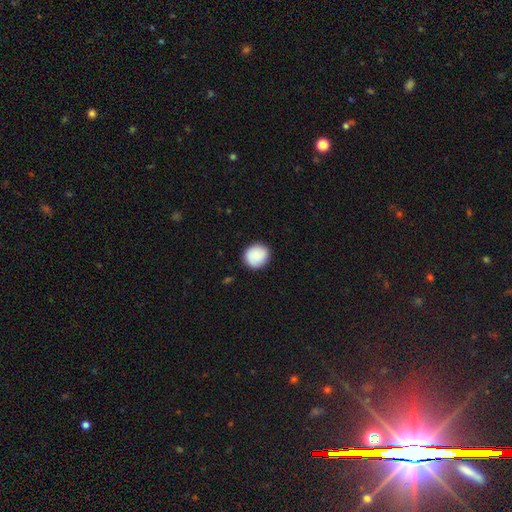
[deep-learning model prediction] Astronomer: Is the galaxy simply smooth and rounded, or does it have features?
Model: smooth — 88%.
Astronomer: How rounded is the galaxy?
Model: round — 87%.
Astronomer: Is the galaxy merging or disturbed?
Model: none — 89%.